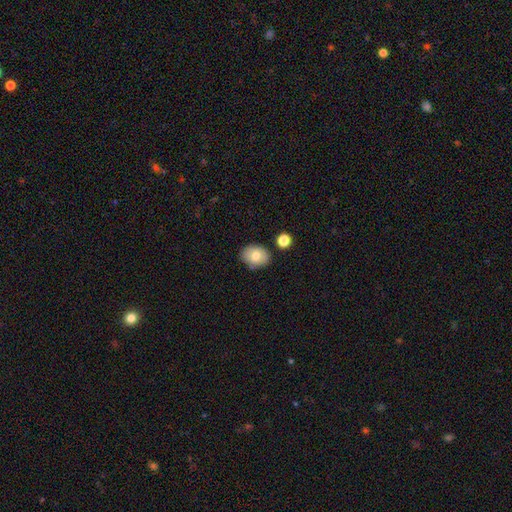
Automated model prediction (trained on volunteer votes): Q: Smooth or featured?
A: smooth (76%); runner-up: featured or disk (16%)
Q: How rounded?
A: in between (62%); runner-up: round (37%)
Q: Merging?
A: none (79%); runner-up: minor disturbance (13%)